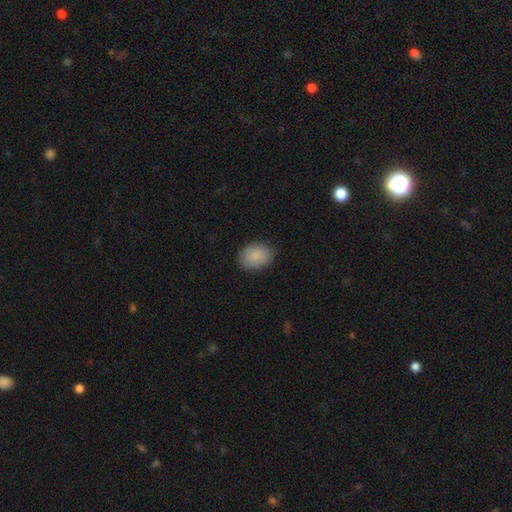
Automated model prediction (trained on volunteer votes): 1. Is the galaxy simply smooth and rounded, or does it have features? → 88% smooth, 6% star or artifact, 6% featured or disk.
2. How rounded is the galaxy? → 70% in between, 29% round, 1% cigar-shaped.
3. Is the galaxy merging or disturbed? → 84% none, 13% minor disturbance, 3% major disturbance, 1% merger.